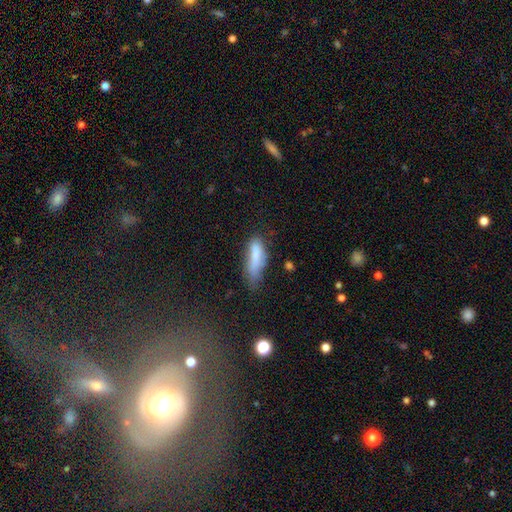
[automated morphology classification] The model was most divided on "merging" (2-way tie): none: 38%, minor disturbance: 38%, major disturbance: 19%, merger: 5%. More confident: smooth or featured — smooth (77%); how rounded — cigar-shaped (53%).